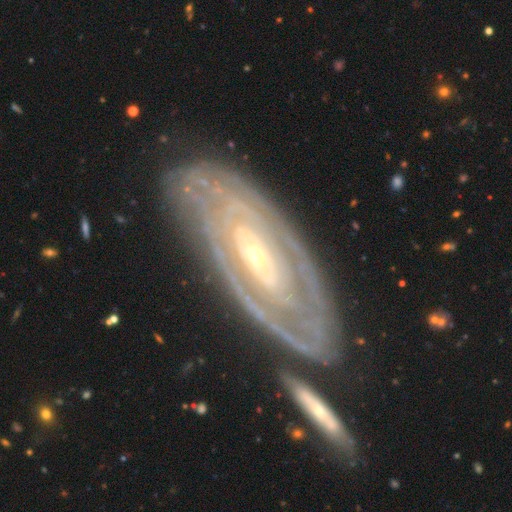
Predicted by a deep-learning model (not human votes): Q: Smooth or featured?
A: featured or disk (87%); runner-up: smooth (7%)
Q: Edge-on disk?
A: no (90%); runner-up: yes (10%)
Q: Bar?
A: no (47%); runner-up: weak (32%)
Q: Spiral arms?
A: yes (90%); runner-up: no (10%)
Q: Spiral winding?
A: tight (80%); runner-up: medium (16%)
Q: Spiral arm count?
A: can't tell (44%); runner-up: 2 (23%)
Q: Bulge size?
A: small (76%); runner-up: moderate (20%)
Q: Merging?
A: none (72%); runner-up: minor disturbance (14%)